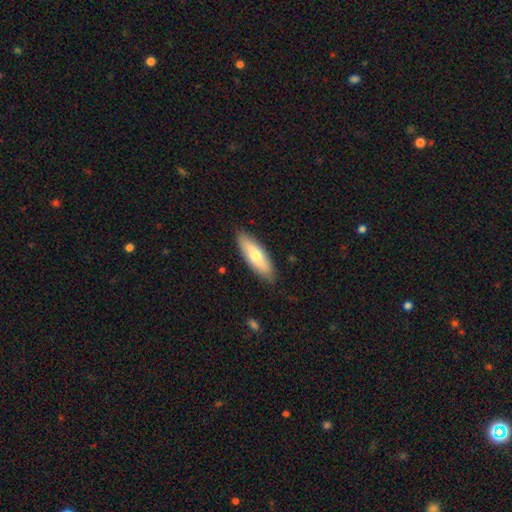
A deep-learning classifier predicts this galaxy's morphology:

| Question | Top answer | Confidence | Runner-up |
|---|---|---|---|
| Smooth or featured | smooth | 64% | featured or disk (30%) |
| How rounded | in between | 51% | cigar-shaped (47%) |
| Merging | none | 87% | minor disturbance (10%) |